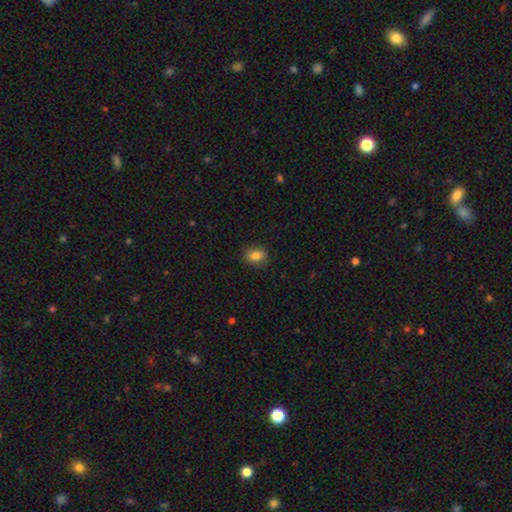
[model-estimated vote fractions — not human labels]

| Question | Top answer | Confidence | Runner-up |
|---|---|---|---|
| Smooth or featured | smooth | 81% | star or artifact (10%) |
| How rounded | in between | 49% | tied: round (49%) |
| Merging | none | 85% | minor disturbance (11%) |